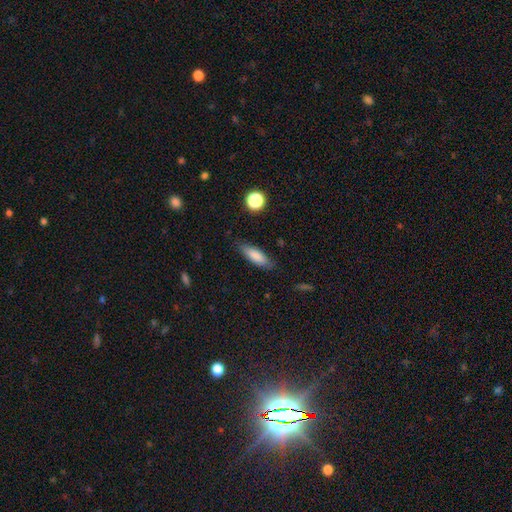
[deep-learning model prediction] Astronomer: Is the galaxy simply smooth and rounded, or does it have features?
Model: smooth — 82%.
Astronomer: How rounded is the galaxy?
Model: in between — 55% (runner-up: cigar-shaped, 43%).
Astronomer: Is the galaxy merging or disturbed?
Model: none — 83%.